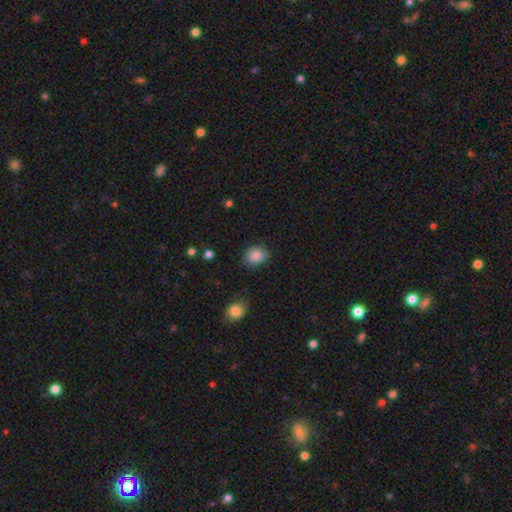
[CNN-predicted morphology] Smooth or featured? smooth (87%)
How rounded? in between (53%)
Merging? none (80%)